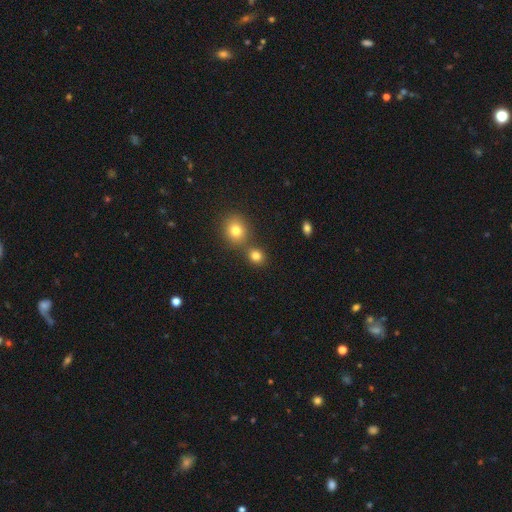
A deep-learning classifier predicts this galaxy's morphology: Smooth or featured?
  - smooth: 81% *
  - star or artifact: 13%
  - featured or disk: 6%
How rounded?
  - round: 80% *
  - in between: 19%
  - cigar-shaped: 1%
Merging?
  - none: 68% *
  - merger: 21%
  - minor disturbance: 8%
  - major disturbance: 3%